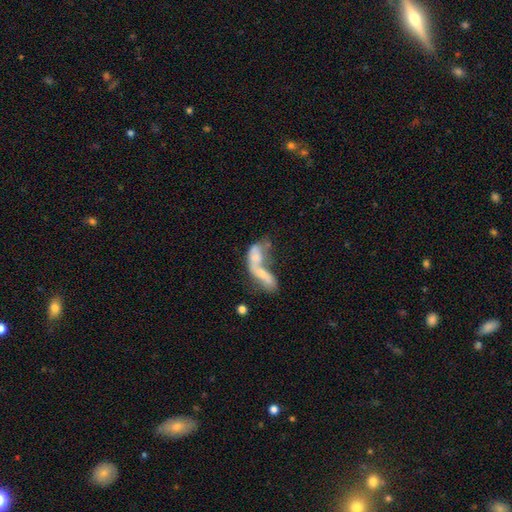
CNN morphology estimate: Smooth or featured? smooth (49%)
Merging? merger (74%)